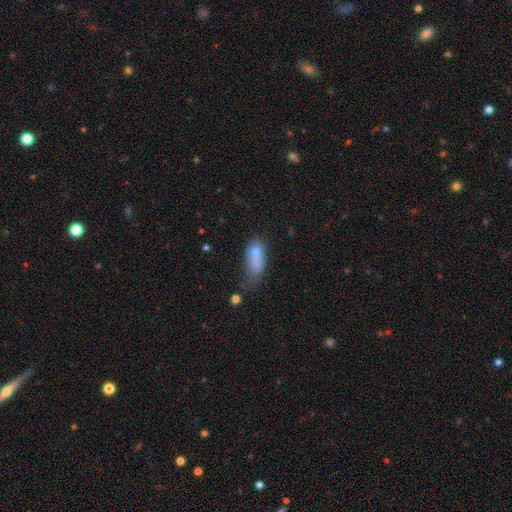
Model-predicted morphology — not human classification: Smooth or featured? Predicted: smooth (p=0.72). How rounded? Predicted: in between (p=0.83). Merging? Predicted: major disturbance (p=0.31).